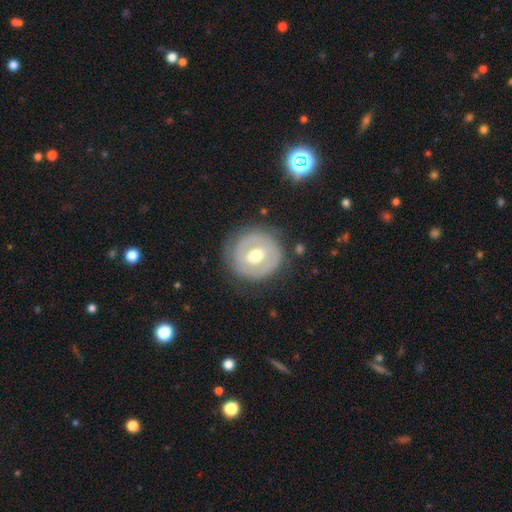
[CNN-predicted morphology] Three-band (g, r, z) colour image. It shows a featured or disk galaxy (60%) with a weak bar (40%, tied with no), no spiral arms (70%) and a moderate central bulge (78%). Merging: none (79%).